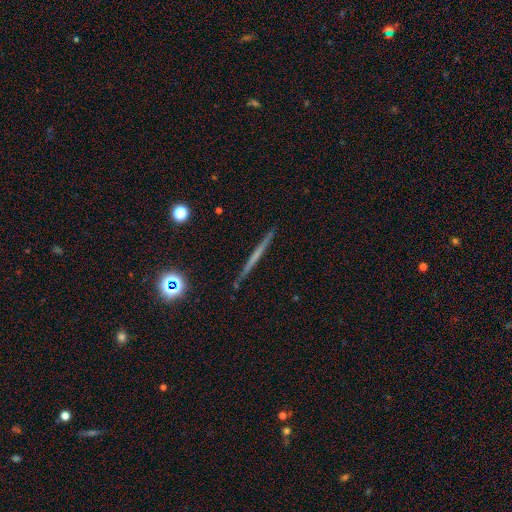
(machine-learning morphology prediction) Smooth or featured?
  - featured or disk: 53% *
  - smooth: 36%
  - star or artifact: 11%
Edge-on disk?
  - yes: 97% *
  - no: 3%
Edge-on bulge?
  - none: 88% *
  - rounded: 8%
  - boxy: 4%
Merging?
  - none: 91% *
  - minor disturbance: 7%
  - major disturbance: 1%
  - merger: 1%